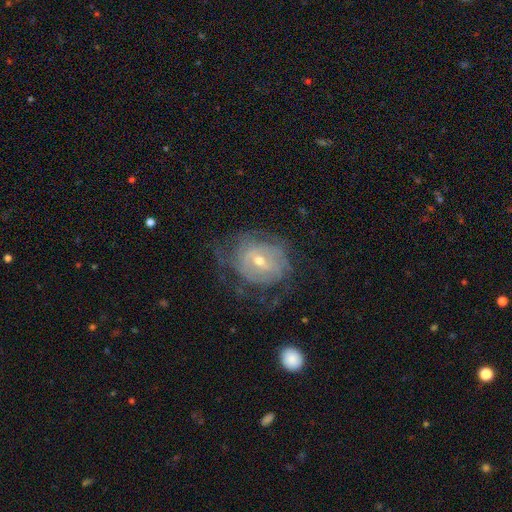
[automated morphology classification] featured or disk 68%, smooth 19%, star or artifact 14%. Down the decision tree: edge-on disk — no (95%); bar — no (45%); spiral arms — yes (77%); bulge size — small (57%); merging — none (63%).